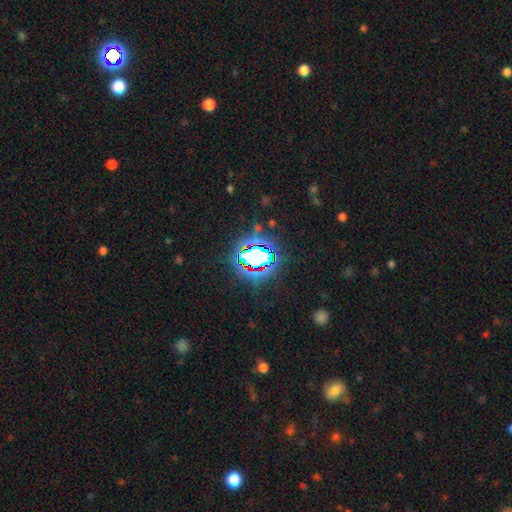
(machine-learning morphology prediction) Smooth or featured? star or artifact (69%)